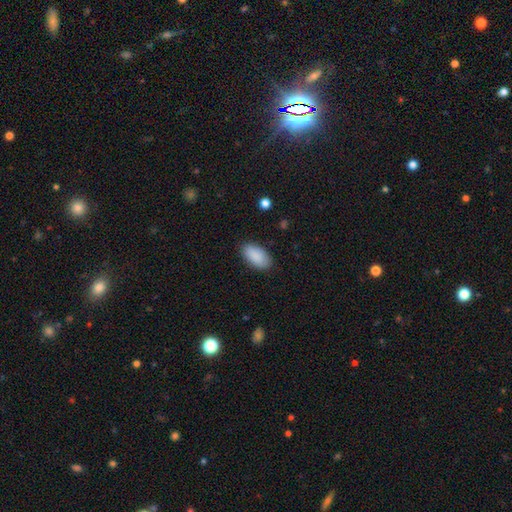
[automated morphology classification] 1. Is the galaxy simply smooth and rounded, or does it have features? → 90% smooth, 6% star or artifact, 4% featured or disk.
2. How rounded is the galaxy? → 95% in between, 3% round, 3% cigar-shaped.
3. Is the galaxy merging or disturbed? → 85% none, 11% minor disturbance, 3% major disturbance, 1% merger.